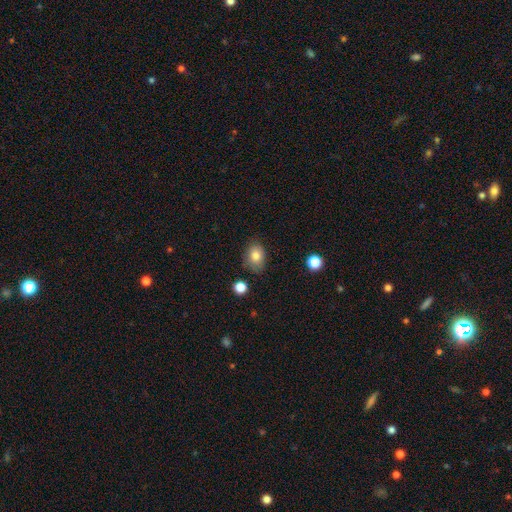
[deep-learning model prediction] Morphology: type=smooth (83%); roundness=in between (67%); merging=none (76%).